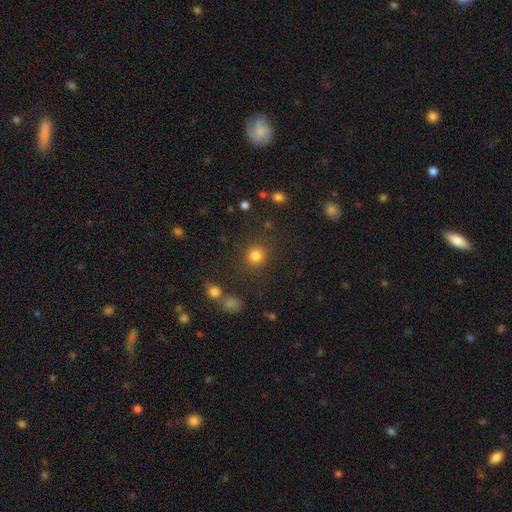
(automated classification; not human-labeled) smooth_or_featured: smooth (p=0.81) [alt: star or artifact p=0.14]
how_rounded: round (p=0.90) [alt: in between p=0.09]
merging: none (p=0.84) [alt: minor disturbance p=0.08]